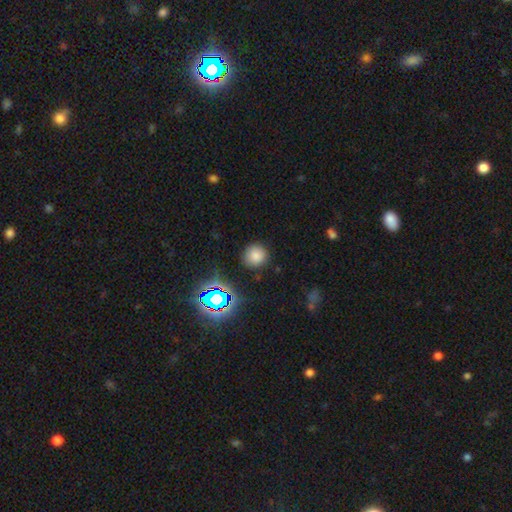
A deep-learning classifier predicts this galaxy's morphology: smooth_or_featured: smooth (p=0.76) [alt: star or artifact p=0.18]
how_rounded: round (p=0.92) [alt: in between p=0.07]
merging: none (p=0.86) [alt: minor disturbance p=0.09]